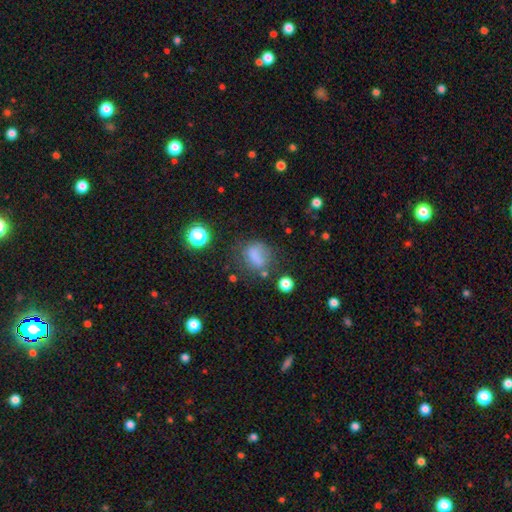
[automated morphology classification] smooth-or-featured: smooth: 68% | star or artifact: 16% | featured or disk: 16%
  how-rounded: in between: 50% | round: 47% | cigar-shaped: 3%
  merging: none: 48% | minor disturbance: 25% | major disturbance: 19% | merger: 8%